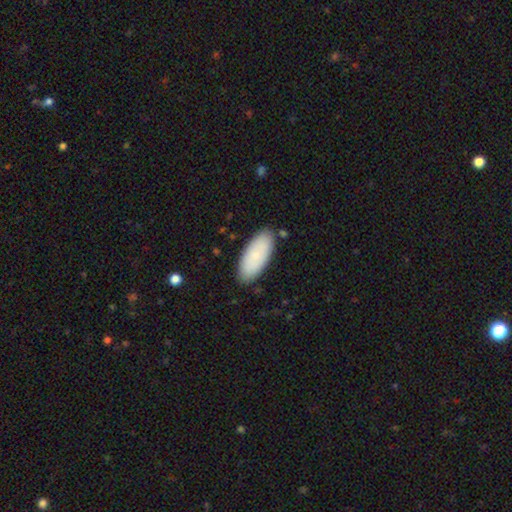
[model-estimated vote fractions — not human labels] The model was most divided on "smooth or featured": smooth: 83%, featured or disk: 11%, star or artifact: 6%. More confident: how rounded — in between (86%); merging — none (86%).